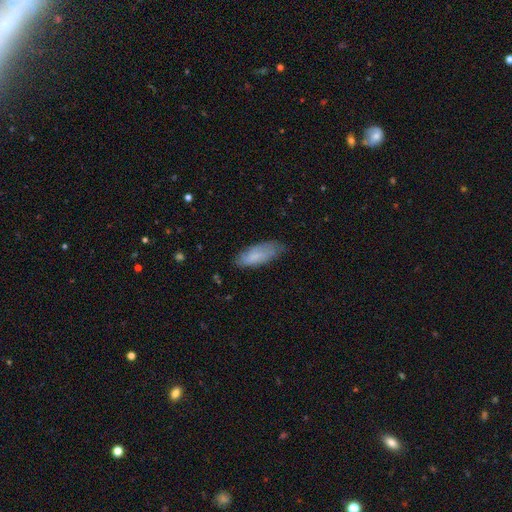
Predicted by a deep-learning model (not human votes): Smooth or featured? smooth (73%)
How rounded? in between (72%)
Merging? none (66%)